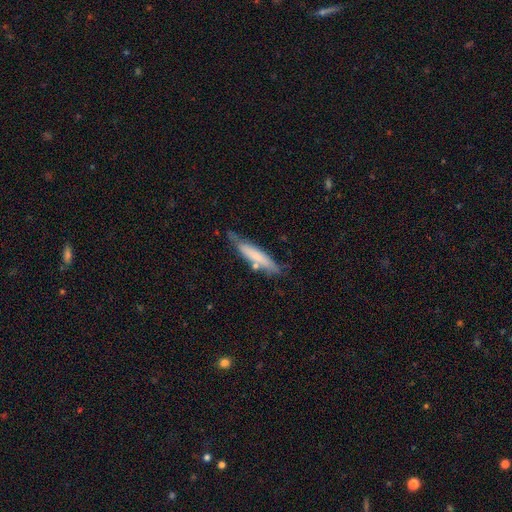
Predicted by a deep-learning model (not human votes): A smooth galaxy with no disk features (66%) that is cigar-shaped (88%).

Vote fractions:
- Smooth or featured? smooth: 66% / featured or disk: 28% / star or artifact: 6%
- How rounded? cigar-shaped: 88% / in between: 11% / round: 1%
- Merging? none: 65% / minor disturbance: 22% / merger: 7% / major disturbance: 5%